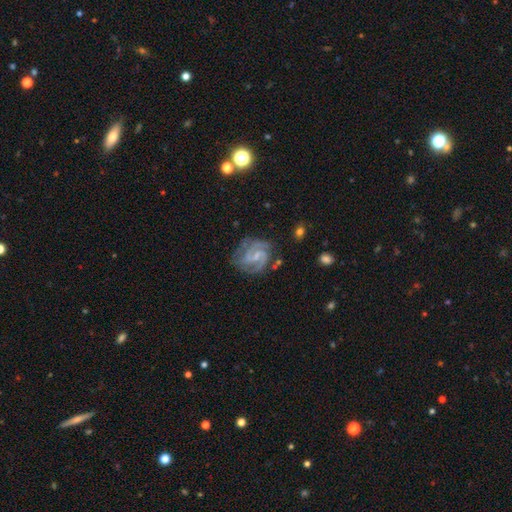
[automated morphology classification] This appears to be a featured or disk galaxy (90%) with a weak bar (53%), 2 (73%) medium (47%) spiral arms (98%) and a small central bulge (61%). Merging: none (72%).